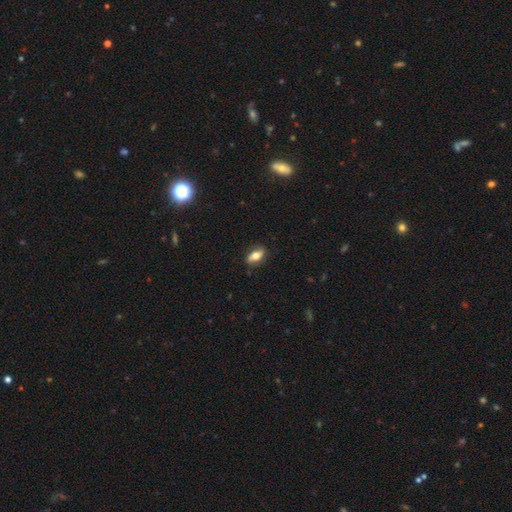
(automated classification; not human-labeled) Smooth or featured?
  - smooth: 65% *
  - featured or disk: 27%
  - star or artifact: 7%
How rounded?
  - in between: 83% *
  - cigar-shaped: 12%
  - round: 6%
Merging?
  - none: 85% *
  - minor disturbance: 12%
  - major disturbance: 2%
  - merger: 1%